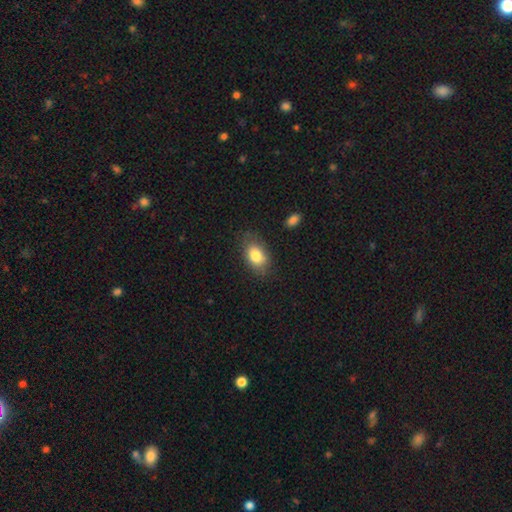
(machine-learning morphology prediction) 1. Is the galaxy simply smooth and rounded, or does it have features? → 81% smooth, 11% featured or disk, 8% star or artifact.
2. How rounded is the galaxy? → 85% in between, 14% round, 2% cigar-shaped.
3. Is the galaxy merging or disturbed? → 77% none, 17% minor disturbance, 5% major disturbance, 2% merger.